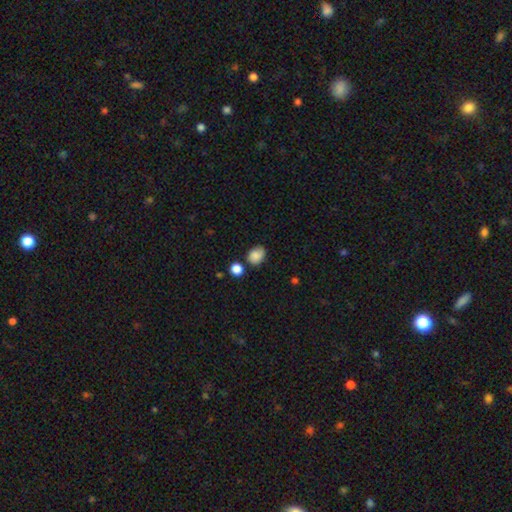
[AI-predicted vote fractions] This appears to be a smooth galaxy with no disk features (86%) that is in between round and cigar-shaped (59%). Merging: none (68%).